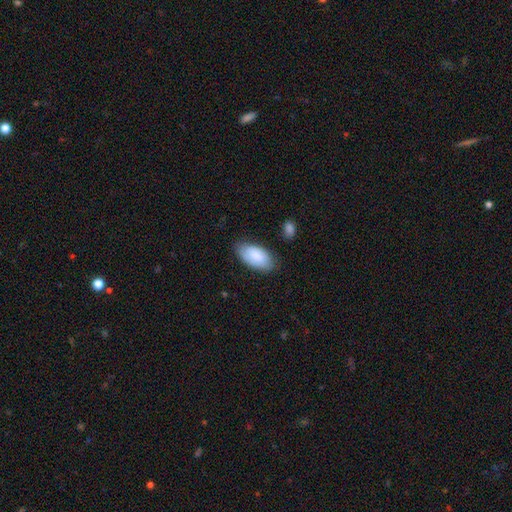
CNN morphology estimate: Smooth or featured: smooth — 82% (featured or disk — 12%)
How rounded: in between — 94% (cigar-shaped — 3%)
Merging: none — 74% (minor disturbance — 20%)